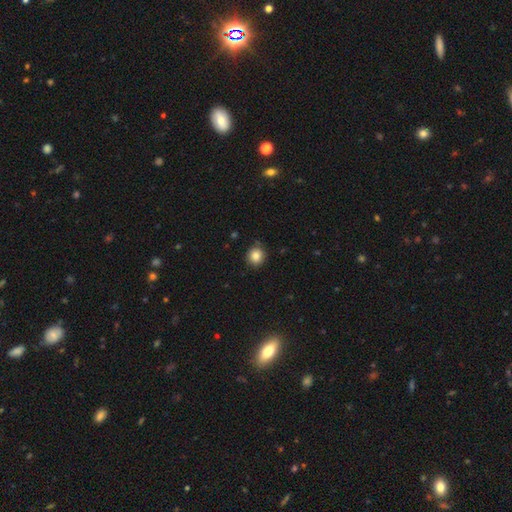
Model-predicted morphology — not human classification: type=smooth (85%); roundness=round (89%); merging=none (85%).